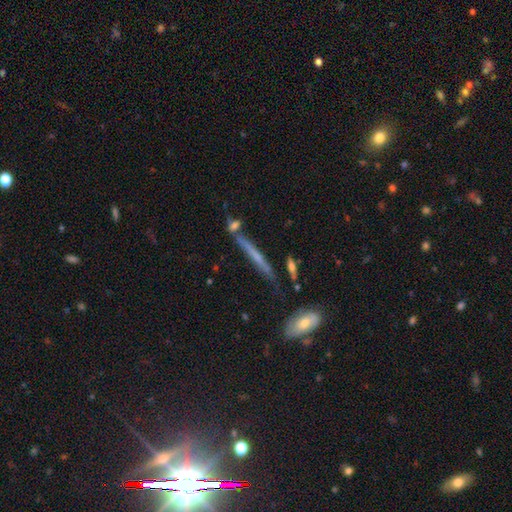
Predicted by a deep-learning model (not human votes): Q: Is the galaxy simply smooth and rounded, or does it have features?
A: featured or disk — 53%.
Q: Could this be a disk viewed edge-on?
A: yes — 92%.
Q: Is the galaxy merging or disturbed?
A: none — 68%.